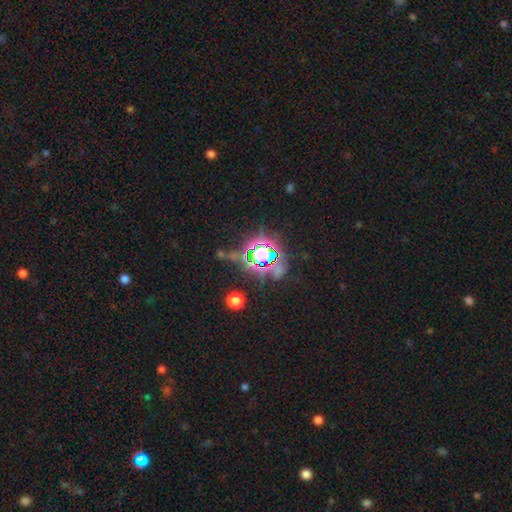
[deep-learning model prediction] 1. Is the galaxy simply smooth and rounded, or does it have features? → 82% star or artifact, 11% smooth, 7% featured or disk.